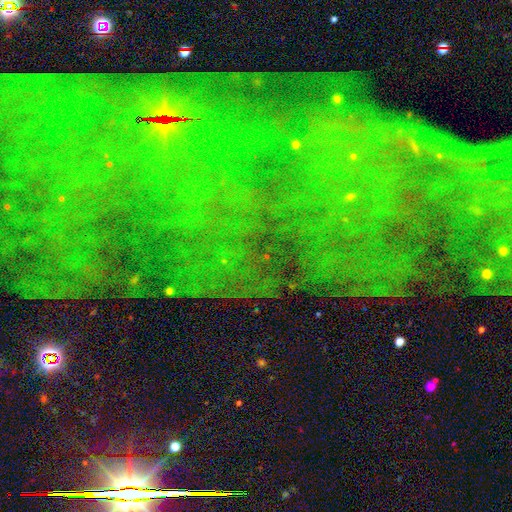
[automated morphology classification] Overall: star or artifact (79%).